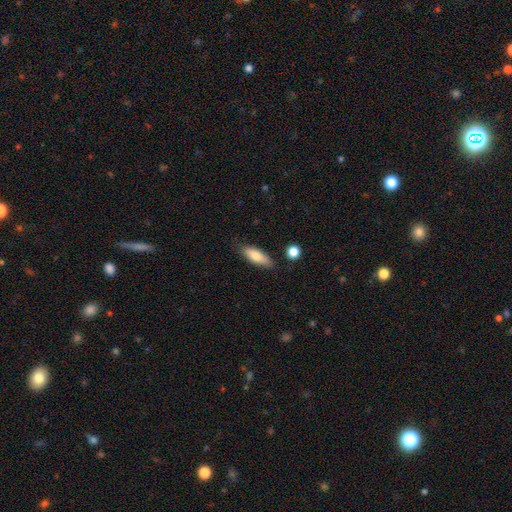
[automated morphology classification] Smooth or featured?
  - smooth: 77% *
  - featured or disk: 17%
  - star or artifact: 6%
How rounded?
  - in between: 65% *
  - cigar-shaped: 33%
  - round: 2%
Merging?
  - none: 79% *
  - minor disturbance: 15%
  - merger: 3%
  - major disturbance: 3%